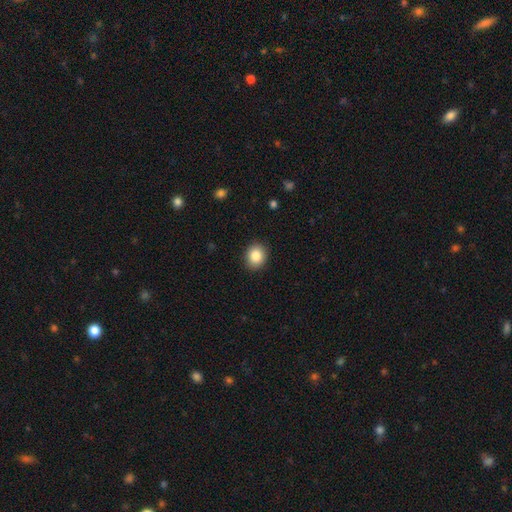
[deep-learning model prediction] Morphology: type=smooth (85%); roundness=round (66%); merging=none (90%).